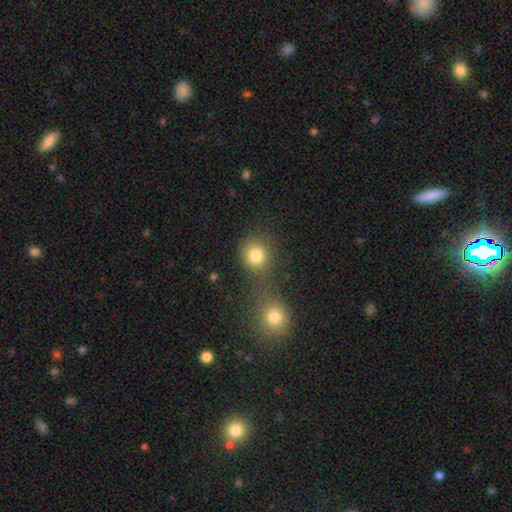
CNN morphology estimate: smooth-or-featured: smooth: 81% | star or artifact: 12% | featured or disk: 7%
  how-rounded: round: 81% | in between: 18% | cigar-shaped: 1%
  merging: none: 57% | merger: 30% | minor disturbance: 9% | major disturbance: 4%